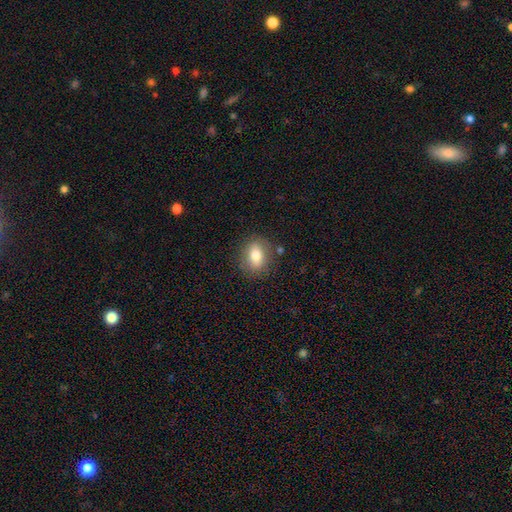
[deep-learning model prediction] Smooth or featured: smooth — 78% (featured or disk — 13%)
How rounded: in between — 65% (round — 33%)
Merging: none — 82% (minor disturbance — 12%)